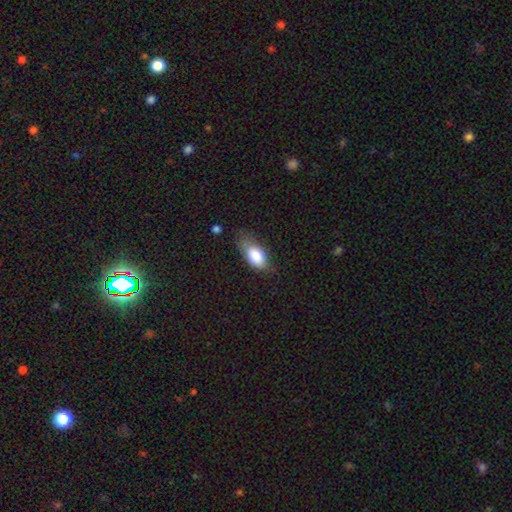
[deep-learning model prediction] The model was most divided on "merging": none: 50%, minor disturbance: 34%, major disturbance: 13%, merger: 3%. More confident: how rounded — in between (90%); smooth or featured — smooth (83%).